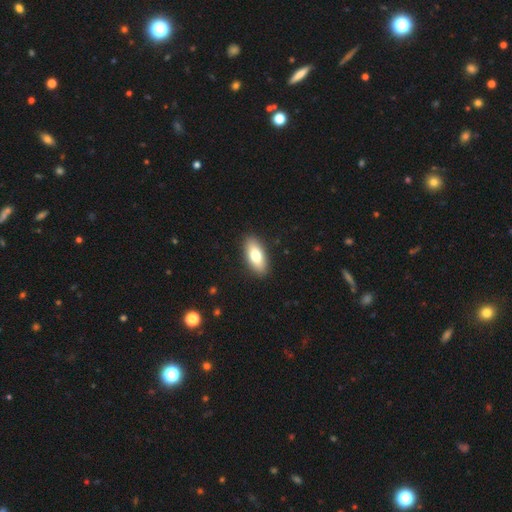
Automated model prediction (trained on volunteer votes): Smooth or featured?
  - smooth: 75% *
  - featured or disk: 19%
  - star or artifact: 6%
How rounded?
  - in between: 83% *
  - cigar-shaped: 14%
  - round: 3%
Merging?
  - none: 90% *
  - minor disturbance: 7%
  - major disturbance: 2%
  - merger: 1%